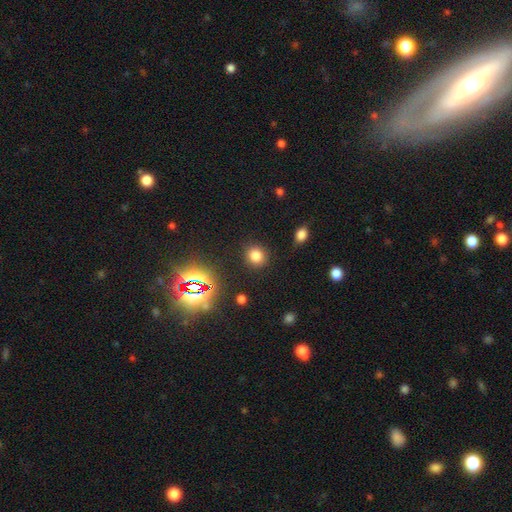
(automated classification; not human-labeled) smooth_or_featured: smooth (p=0.76) [alt: star or artifact p=0.17]
how_rounded: round (p=0.84) [alt: in between p=0.15]
merging: none (p=0.88) [alt: minor disturbance p=0.07]